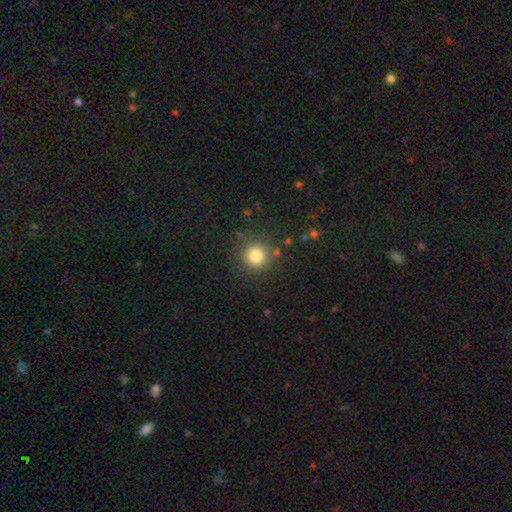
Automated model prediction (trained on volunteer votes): A smooth galaxy with no disk features (82%) that is round (94%). Merging: none (85%).